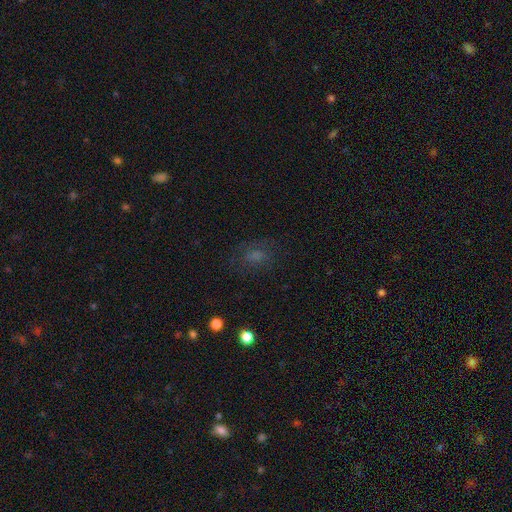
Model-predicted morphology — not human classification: smooth_or_featured: smooth (p=0.55) [alt: star or artifact p=0.25]
how_rounded: in between (p=0.69) [alt: round p=0.28]
merging: none (p=0.69) [alt: minor disturbance p=0.17]